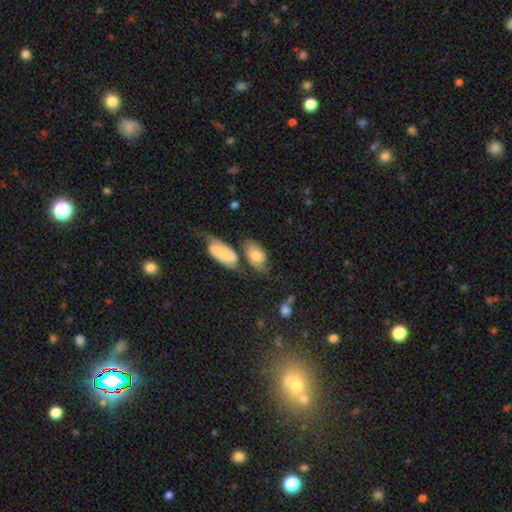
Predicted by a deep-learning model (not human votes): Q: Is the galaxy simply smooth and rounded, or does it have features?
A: smooth — 65%.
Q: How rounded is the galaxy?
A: in between — 89%.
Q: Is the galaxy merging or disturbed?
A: none — 37%.